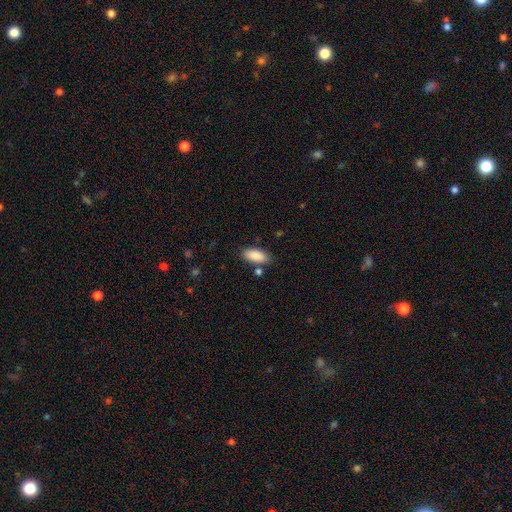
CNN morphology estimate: Q: Smooth or featured?
A: smooth (88%); runner-up: star or artifact (6%)
Q: How rounded?
A: in between (88%); runner-up: cigar-shaped (10%)
Q: Merging?
A: none (77%); runner-up: minor disturbance (13%)